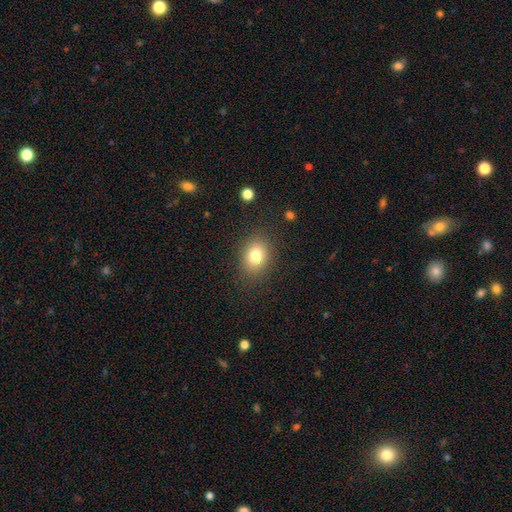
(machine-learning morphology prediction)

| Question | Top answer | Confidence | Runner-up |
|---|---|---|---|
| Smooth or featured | smooth | 79% | star or artifact (11%) |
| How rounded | in between | 58% | round (41%) |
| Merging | none | 86% | minor disturbance (10%) |